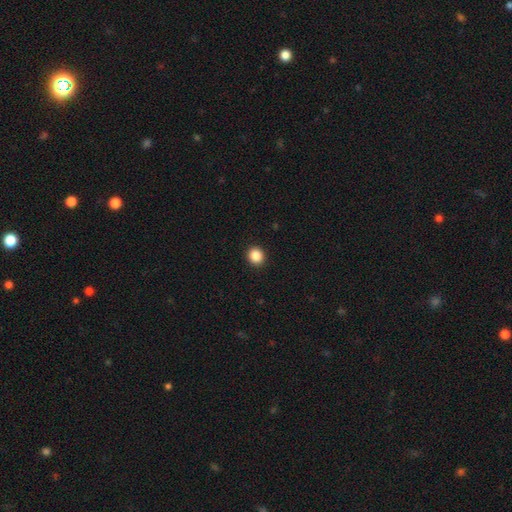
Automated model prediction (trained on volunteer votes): Smooth or featured?
  - smooth: 87% *
  - star or artifact: 10%
  - featured or disk: 3%
How rounded?
  - round: 85% *
  - in between: 14%
  - cigar-shaped: 1%
Merging?
  - none: 93% *
  - minor disturbance: 4%
  - major disturbance: 1%
  - merger: 1%